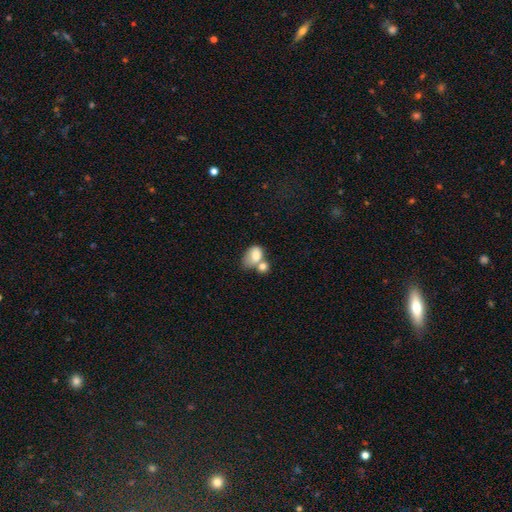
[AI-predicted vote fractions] This appears to be a smooth galaxy with no disk features (77%) that is in between round and cigar-shaped (76%). Merging: merger (55%).